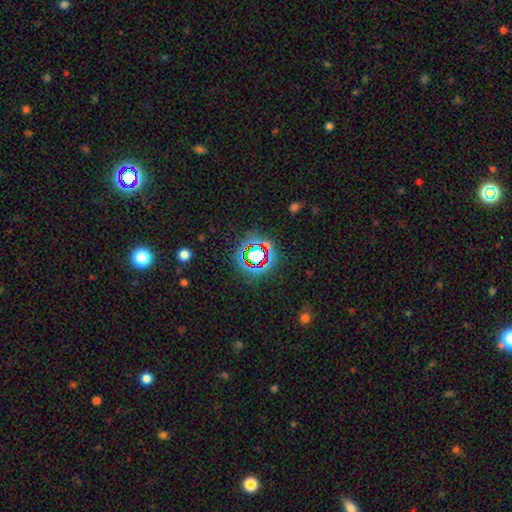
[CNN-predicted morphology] Overall: star or artifact (69%).